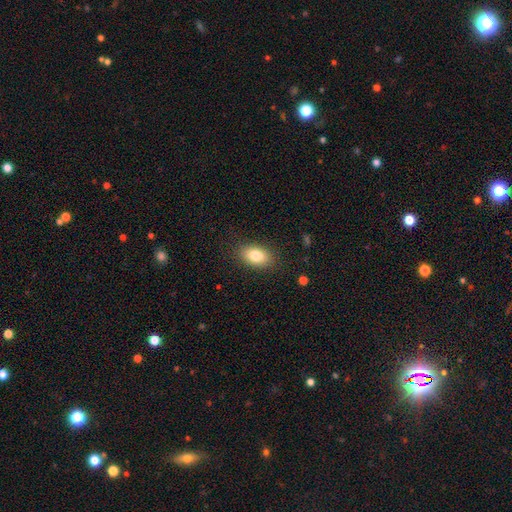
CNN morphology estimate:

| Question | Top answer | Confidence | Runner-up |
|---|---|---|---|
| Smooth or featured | smooth | 83% | featured or disk (9%) |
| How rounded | in between | 88% | round (10%) |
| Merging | none | 86% | minor disturbance (10%) |